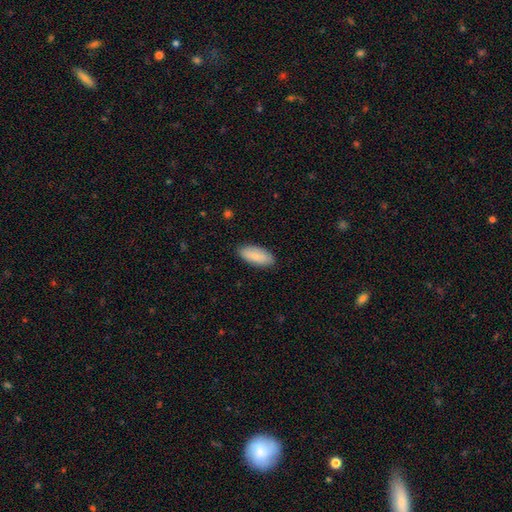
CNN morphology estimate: Smooth or featured? smooth (83%)
How rounded? in between (87%)
Merging? none (87%)